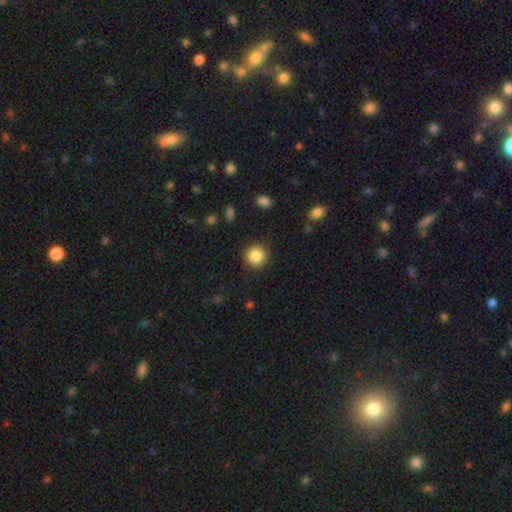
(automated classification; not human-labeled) A smooth galaxy with no disk features (86%) that is round (93%).

Vote fractions:
- Smooth or featured? smooth: 86% / star or artifact: 10% / featured or disk: 5%
- How rounded? round: 93% / in between: 6% / cigar-shaped: 1%
- Merging? none: 90% / minor disturbance: 7% / major disturbance: 2% / merger: 1%